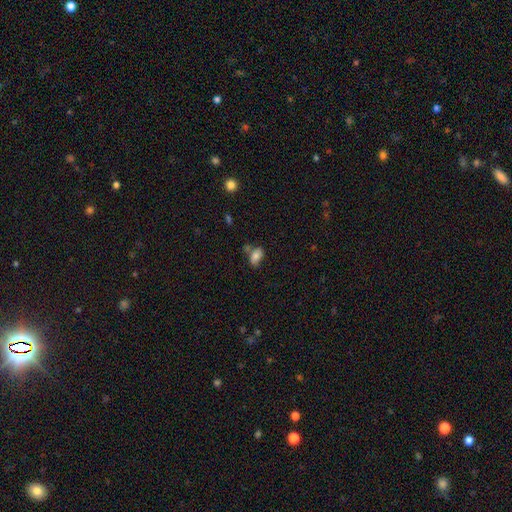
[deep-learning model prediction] smooth-or-featured: smooth: 79% | featured or disk: 12% | star or artifact: 9%
  how-rounded: in between: 89% | round: 9% | cigar-shaped: 2%
  merging: none: 55% | minor disturbance: 22% | merger: 17% | major disturbance: 6%